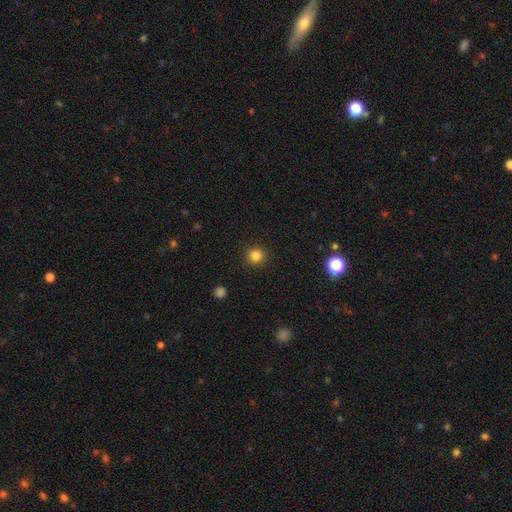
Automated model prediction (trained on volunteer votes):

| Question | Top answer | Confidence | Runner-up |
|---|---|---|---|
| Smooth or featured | smooth | 83% | star or artifact (12%) |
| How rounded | round | 94% | in between (5%) |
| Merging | none | 92% | minor disturbance (5%) |